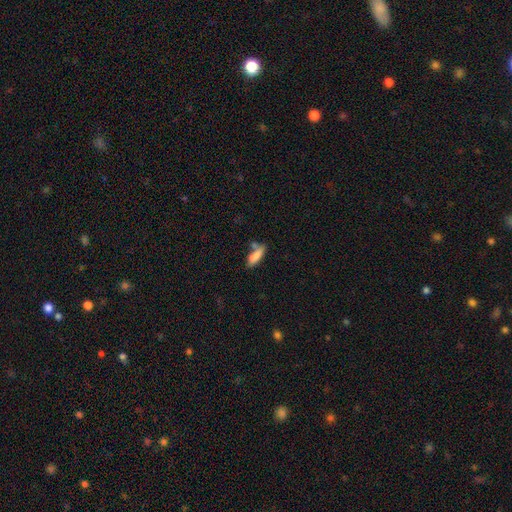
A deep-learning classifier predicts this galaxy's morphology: Smooth or featured? smooth (84%)
How rounded? in between (54%)
Merging? none (55%)